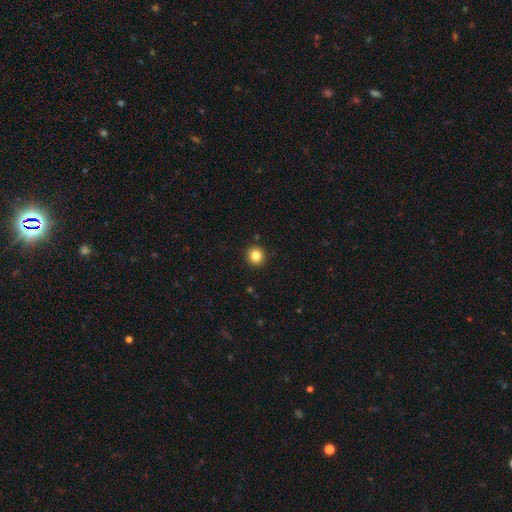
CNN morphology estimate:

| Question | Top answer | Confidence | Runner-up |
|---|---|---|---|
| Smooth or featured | smooth | 84% | star or artifact (11%) |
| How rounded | round | 95% | in between (4%) |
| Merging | none | 92% | minor disturbance (5%) |